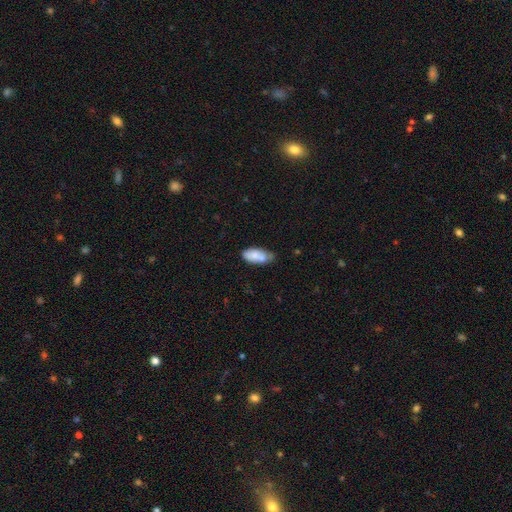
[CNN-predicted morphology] Smooth or featured? Predicted: smooth (p=0.75). How rounded? Predicted: in between (p=0.88). Merging? Predicted: none (p=0.50).